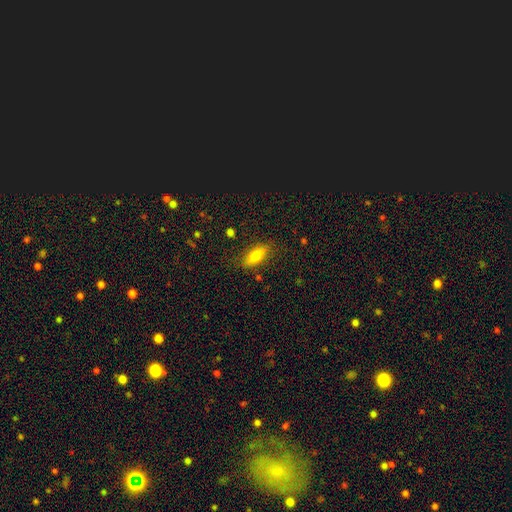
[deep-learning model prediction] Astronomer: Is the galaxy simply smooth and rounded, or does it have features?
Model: smooth — 73%.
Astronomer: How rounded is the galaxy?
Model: in between — 73%.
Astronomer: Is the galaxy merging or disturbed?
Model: none — 82%.